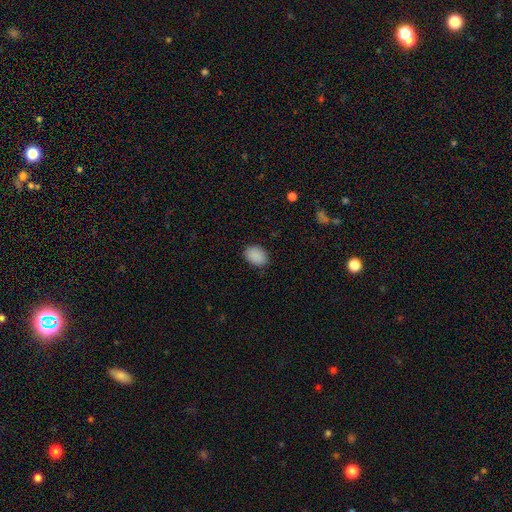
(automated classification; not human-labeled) A smooth galaxy with no disk features (90%) that is in between round and cigar-shaped (78%). Merging: none (85%).